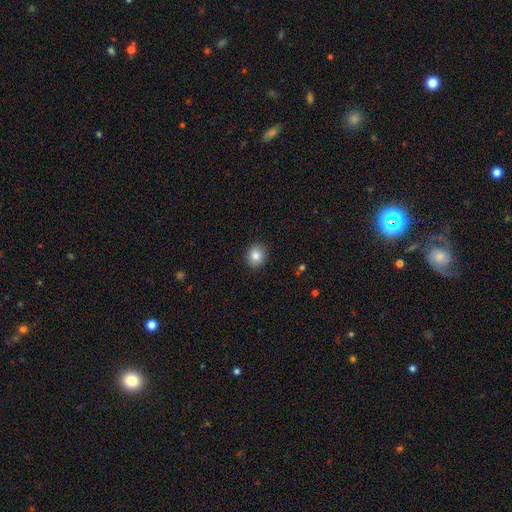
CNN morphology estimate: A smooth galaxy with no disk features (83%) that is round (75%).

Vote fractions:
- Smooth or featured? smooth: 83% / star or artifact: 10% / featured or disk: 7%
- How rounded? round: 75% / in between: 24% / cigar-shaped: 1%
- Merging? none: 91% / minor disturbance: 7% / major disturbance: 2% / merger: 1%